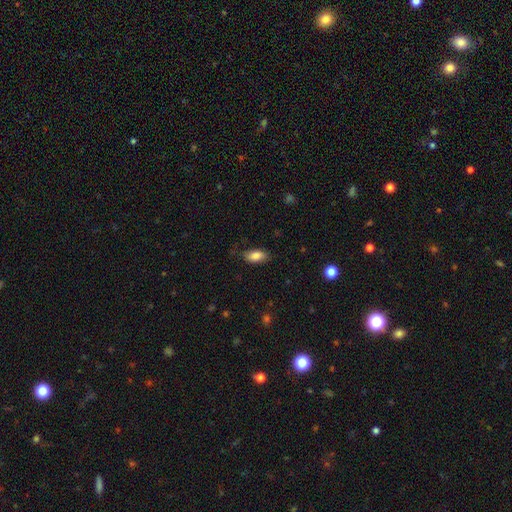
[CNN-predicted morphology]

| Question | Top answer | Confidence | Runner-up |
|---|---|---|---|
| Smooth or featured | smooth | 84% | featured or disk (9%) |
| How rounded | in between | 90% | cigar-shaped (7%) |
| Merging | none | 76% | minor disturbance (18%) |